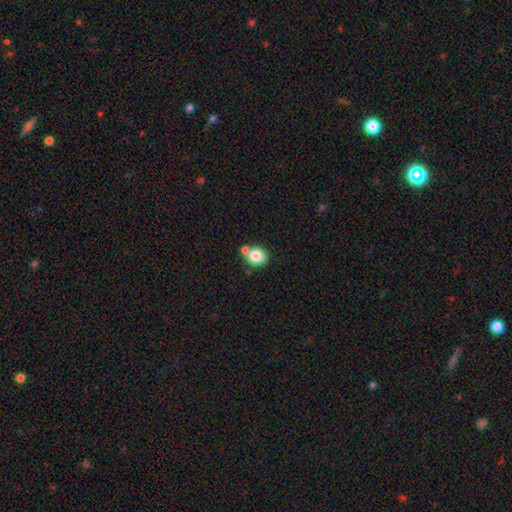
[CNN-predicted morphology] smooth_or_featured: smooth (p=0.82) [alt: star or artifact p=0.09]
how_rounded: round (p=0.72) [alt: in between p=0.27]
merging: none (p=0.56) [alt: merger p=0.29]